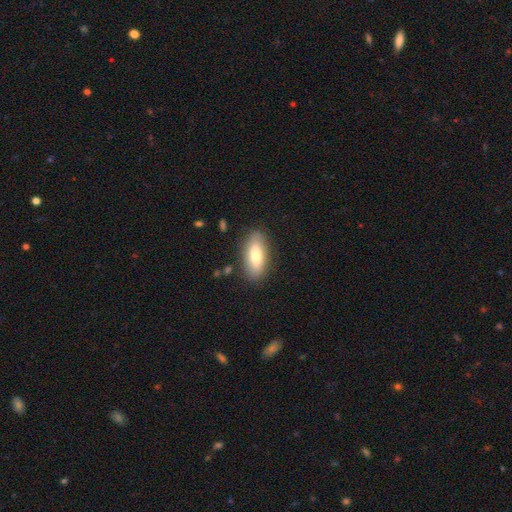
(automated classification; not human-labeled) A smooth galaxy with no disk features (73%) that is in between round and cigar-shaped (78%). Merging: none (85%).